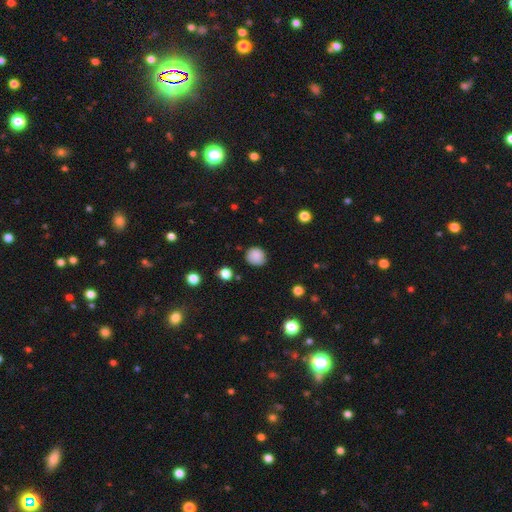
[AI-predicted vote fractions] Smooth or featured? smooth (86%)
How rounded? round (88%)
Merging? none (83%)